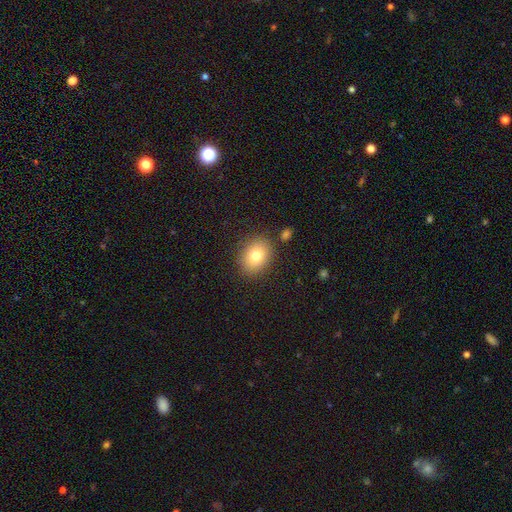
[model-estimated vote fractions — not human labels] Smooth or featured: smooth — 78% (featured or disk — 11%)
How rounded: round — 52% (in between — 47%)
Merging: none — 85% (minor disturbance — 9%)